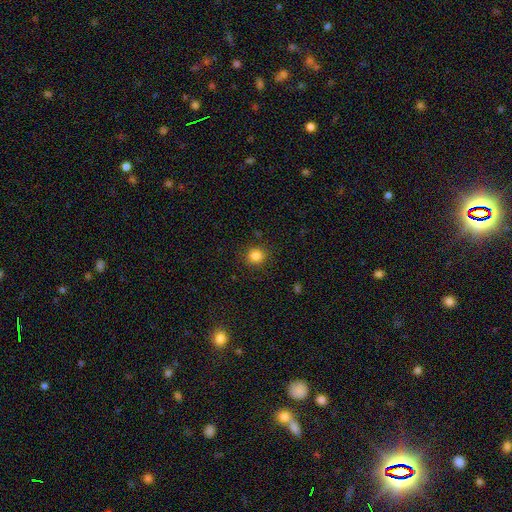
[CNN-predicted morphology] type=smooth (84%); roundness=round (86%); merging=none (88%).